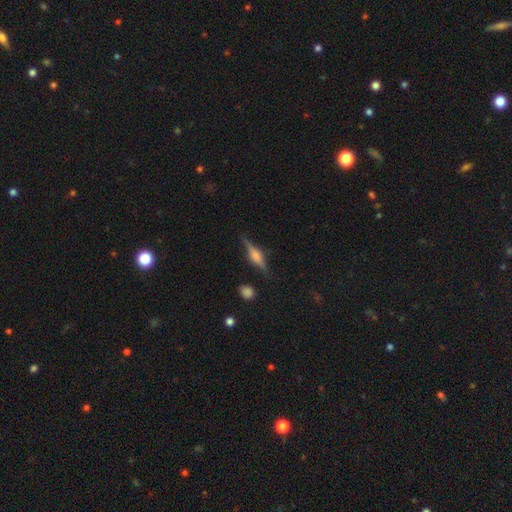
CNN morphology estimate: This appears to be a featured or disk galaxy (73%) viewed edge-on (97%) with a rounded central bulge (77%). Merging: none (83%).